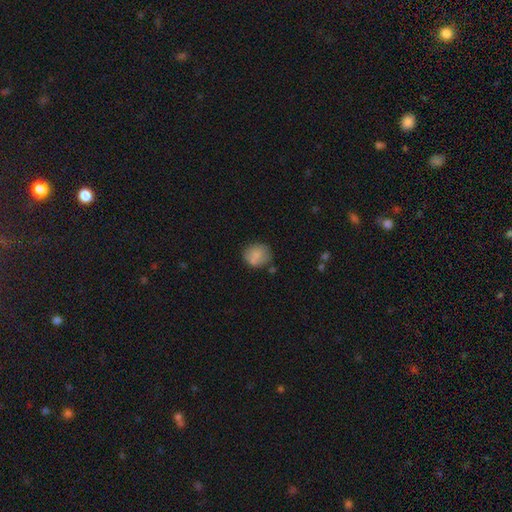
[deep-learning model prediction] smooth_or_featured: smooth (p=0.79) [alt: featured or disk p=0.12]
how_rounded: round (p=0.78) [alt: in between p=0.21]
merging: none (p=0.65) [alt: minor disturbance p=0.20]